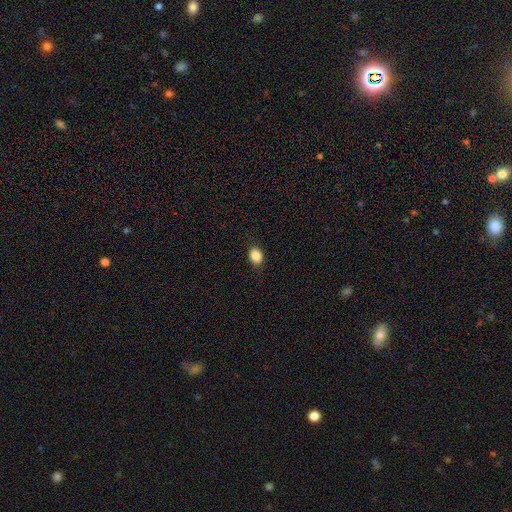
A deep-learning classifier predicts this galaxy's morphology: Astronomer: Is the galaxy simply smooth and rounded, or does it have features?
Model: smooth — 87%.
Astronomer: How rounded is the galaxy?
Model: in between — 61% (runner-up: round, 38%).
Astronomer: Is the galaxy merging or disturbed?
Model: none — 85%.